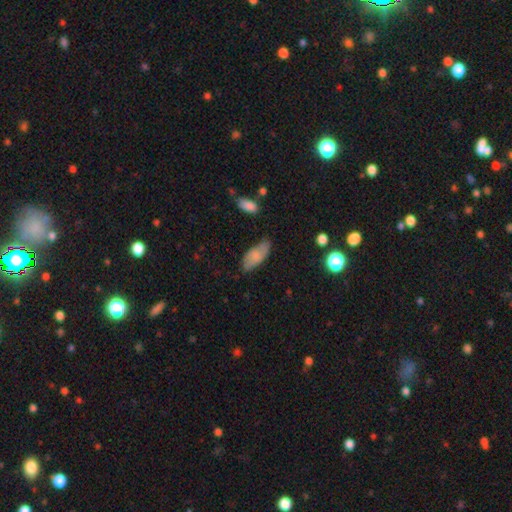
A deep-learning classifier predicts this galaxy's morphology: Smooth or featured?
  - smooth: 75% *
  - featured or disk: 18%
  - star or artifact: 7%
How rounded?
  - in between: 86% *
  - cigar-shaped: 11%
  - round: 2%
Merging?
  - none: 68% *
  - minor disturbance: 24%
  - major disturbance: 5%
  - merger: 2%